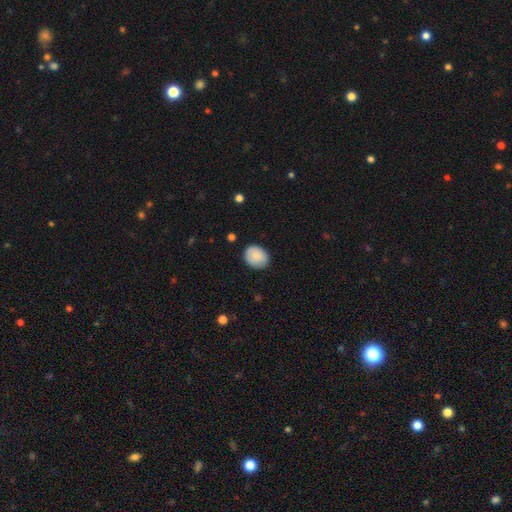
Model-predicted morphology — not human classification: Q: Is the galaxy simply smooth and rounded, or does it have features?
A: smooth — 86%.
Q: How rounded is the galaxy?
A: round — 51%.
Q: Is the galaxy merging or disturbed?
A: none — 84%.